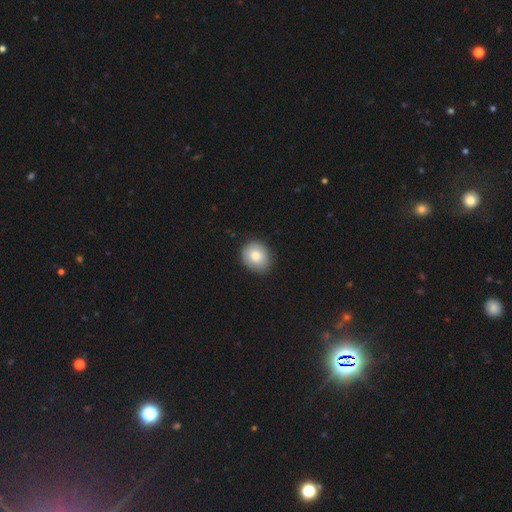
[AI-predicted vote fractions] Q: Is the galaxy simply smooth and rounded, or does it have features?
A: smooth — 82%.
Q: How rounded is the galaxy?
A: round — 67%.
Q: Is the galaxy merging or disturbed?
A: none — 85%.